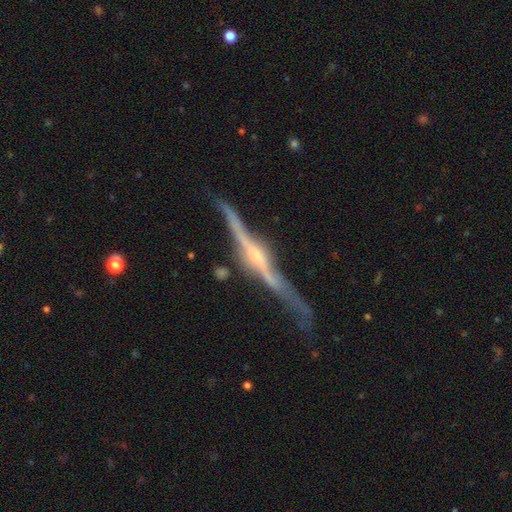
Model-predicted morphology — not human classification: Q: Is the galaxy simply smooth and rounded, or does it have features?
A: featured or disk — 87%.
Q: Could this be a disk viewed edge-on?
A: yes — 96%.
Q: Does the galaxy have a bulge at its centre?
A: rounded — 70%.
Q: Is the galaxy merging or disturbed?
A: none — 65%.